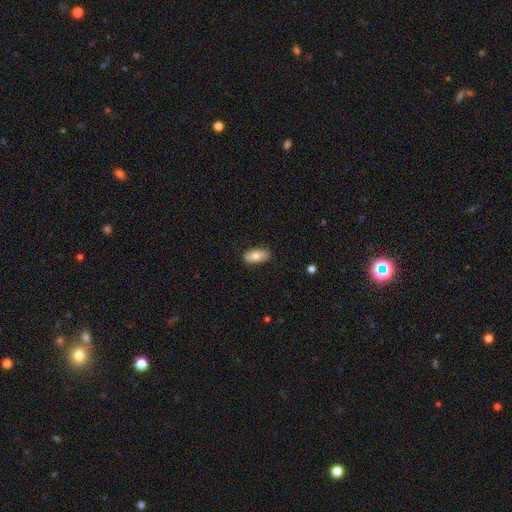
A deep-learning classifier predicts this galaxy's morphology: A smooth galaxy with no disk features (76%) that is in between round and cigar-shaped (90%).

Vote fractions:
- Smooth or featured? smooth: 76% / featured or disk: 17% / star or artifact: 6%
- How rounded? in between: 90% / cigar-shaped: 7% / round: 3%
- Merging? none: 85% / minor disturbance: 12% / major disturbance: 2% / merger: 1%